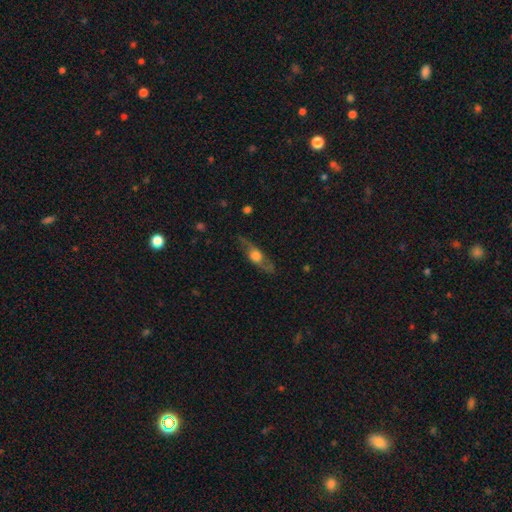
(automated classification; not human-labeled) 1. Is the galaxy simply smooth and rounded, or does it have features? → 60% featured or disk, 33% smooth, 7% star or artifact.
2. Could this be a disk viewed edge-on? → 63% yes, 37% no.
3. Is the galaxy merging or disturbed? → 73% none, 17% minor disturbance, 8% major disturbance, 2% merger.